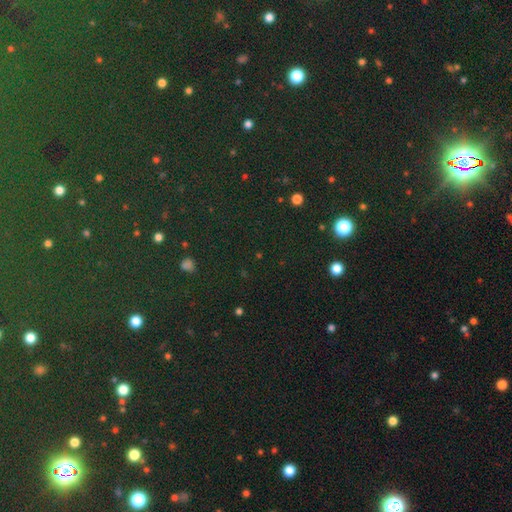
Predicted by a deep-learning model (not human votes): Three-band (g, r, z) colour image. It shows a star or artifact, not a galaxy (81%).